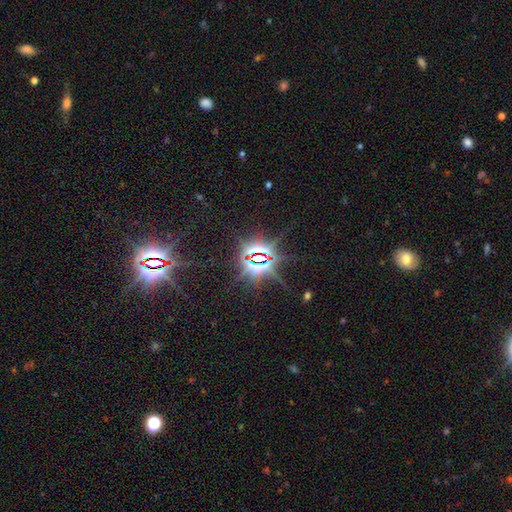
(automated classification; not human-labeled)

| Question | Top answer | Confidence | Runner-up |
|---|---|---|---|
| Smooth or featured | star or artifact | 85% | featured or disk (8%) |